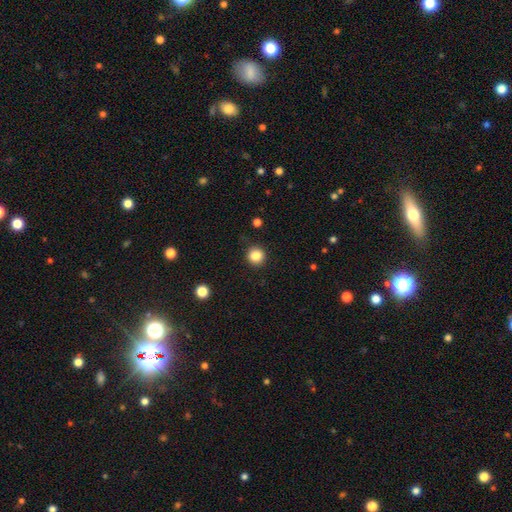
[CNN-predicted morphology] This is clearly a smooth galaxy (85%). How rounded: clearly round (93%). Merging: clearly none (90%).